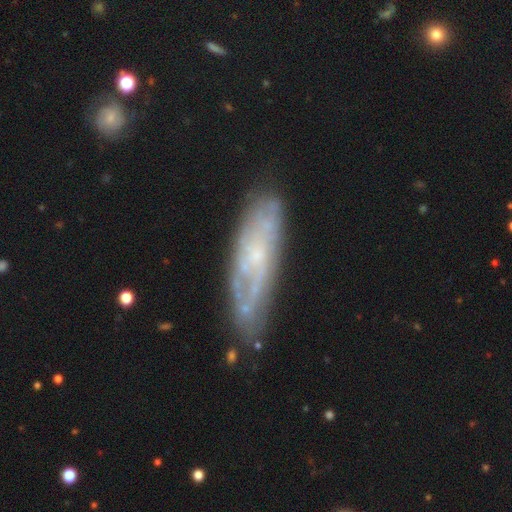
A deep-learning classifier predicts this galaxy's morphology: This is likely a featured or disk galaxy (66%). It is likely not viewed edge-on (73%). Merging: likely none (69%).